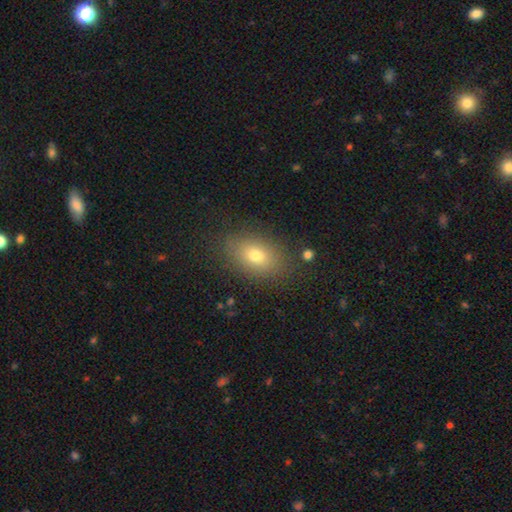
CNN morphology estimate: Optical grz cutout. It shows a smooth galaxy with no disk features (74%) that is in between round and cigar-shaped (80%). Merging: none (83%).